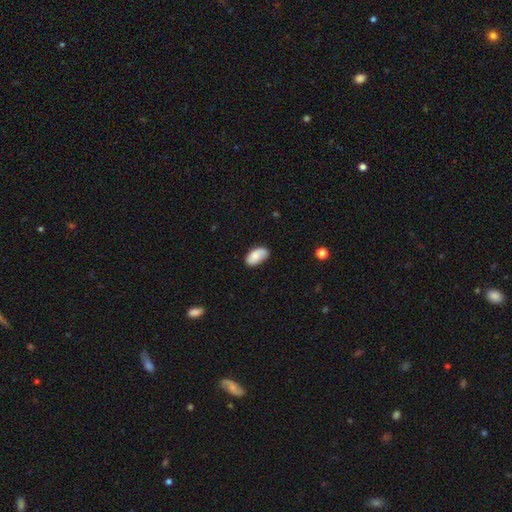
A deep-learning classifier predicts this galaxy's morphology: Smooth or featured: smooth — 77% (featured or disk — 16%)
How rounded: in between — 95% (round — 4%)
Merging: none — 73% (minor disturbance — 21%)